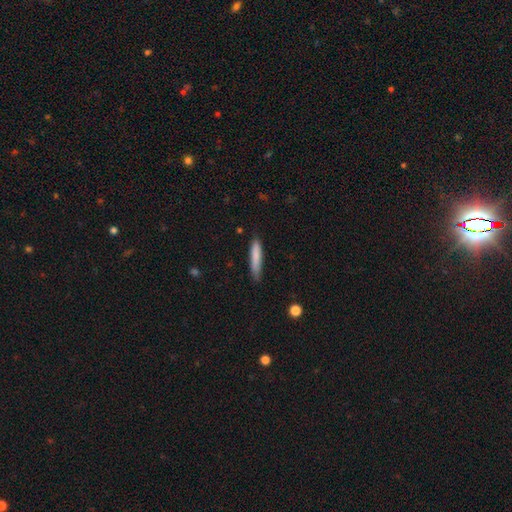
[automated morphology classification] This is clearly a smooth galaxy (81%). How rounded: clearly cigar-shaped (89%). Merging: likely none (74%).